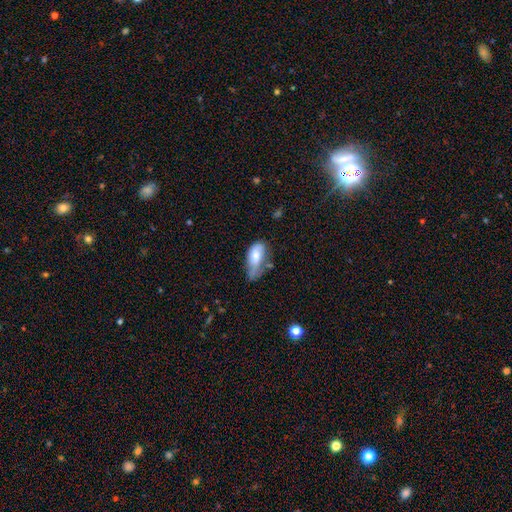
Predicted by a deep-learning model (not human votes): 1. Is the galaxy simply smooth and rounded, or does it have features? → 70% smooth, 23% featured or disk, 7% star or artifact.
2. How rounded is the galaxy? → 89% in between, 8% cigar-shaped, 3% round.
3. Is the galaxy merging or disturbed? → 39% minor disturbance, 26% major disturbance, 24% none, 10% merger.